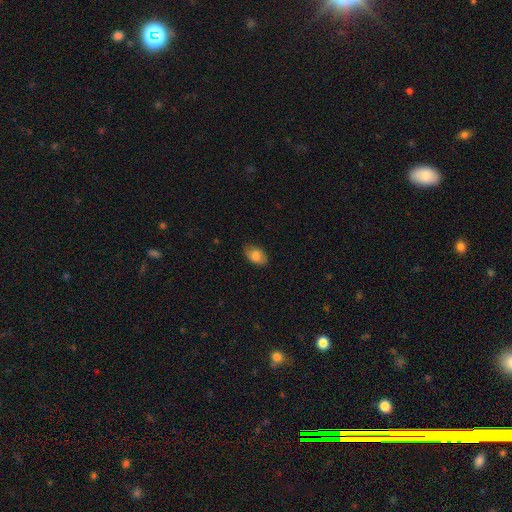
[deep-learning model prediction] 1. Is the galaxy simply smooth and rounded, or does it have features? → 81% smooth, 12% featured or disk, 7% star or artifact.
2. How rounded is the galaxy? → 90% in between, 8% round, 2% cigar-shaped.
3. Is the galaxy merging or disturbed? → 83% none, 13% minor disturbance, 3% major disturbance, 1% merger.